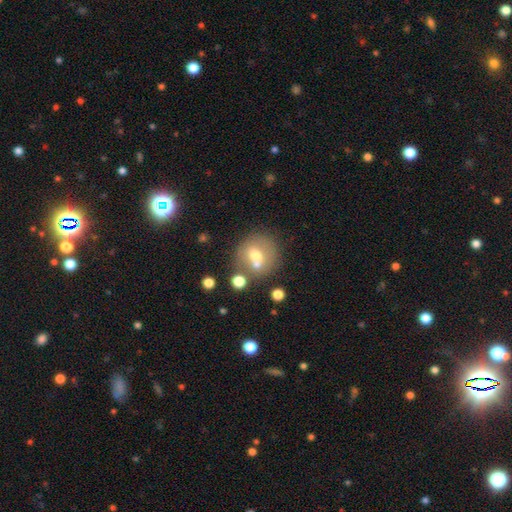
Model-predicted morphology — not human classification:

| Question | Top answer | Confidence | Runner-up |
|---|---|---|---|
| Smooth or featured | smooth | 56% | featured or disk (27%) |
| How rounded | round | 85% | in between (14%) |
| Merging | none | 64% | merger (19%) |